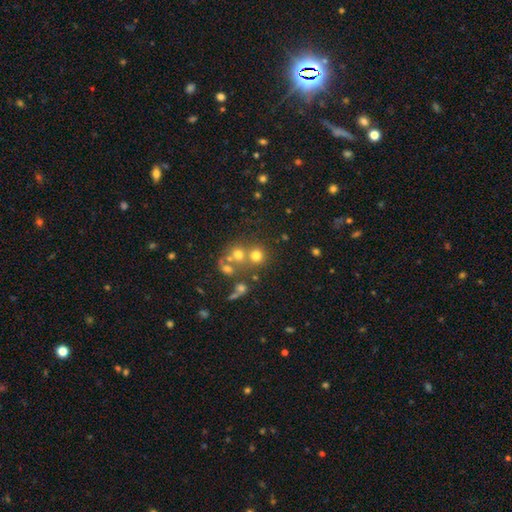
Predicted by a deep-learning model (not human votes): This appears to be a smooth galaxy with no disk features (68%) that is round (87%). Merging: none (55%).